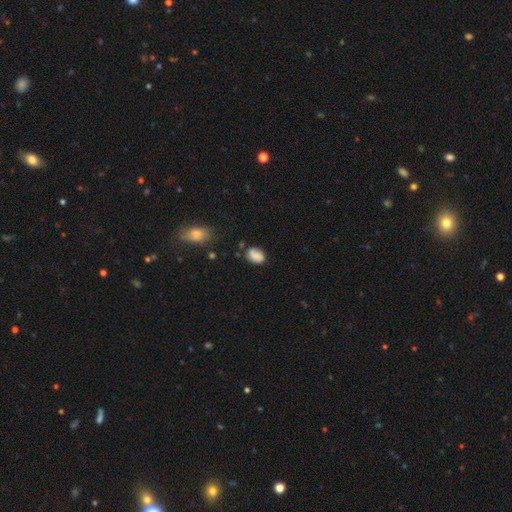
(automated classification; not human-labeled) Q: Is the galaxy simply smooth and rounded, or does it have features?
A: smooth — 81%.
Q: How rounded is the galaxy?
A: in between — 76%.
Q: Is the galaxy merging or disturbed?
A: none — 66%.